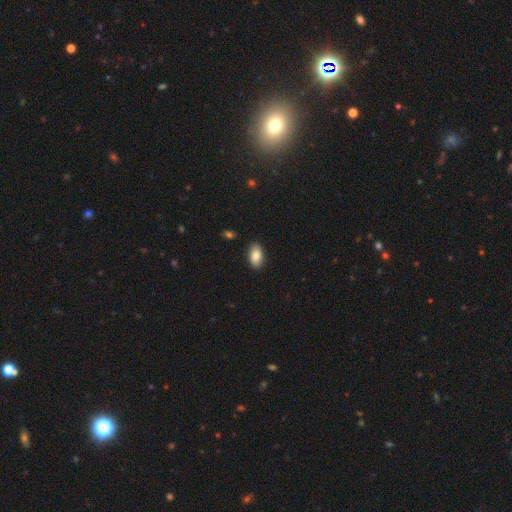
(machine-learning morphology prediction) Q: Smooth or featured?
A: smooth (85%); runner-up: featured or disk (8%)
Q: How rounded?
A: in between (94%); runner-up: round (4%)
Q: Merging?
A: none (89%); runner-up: minor disturbance (8%)